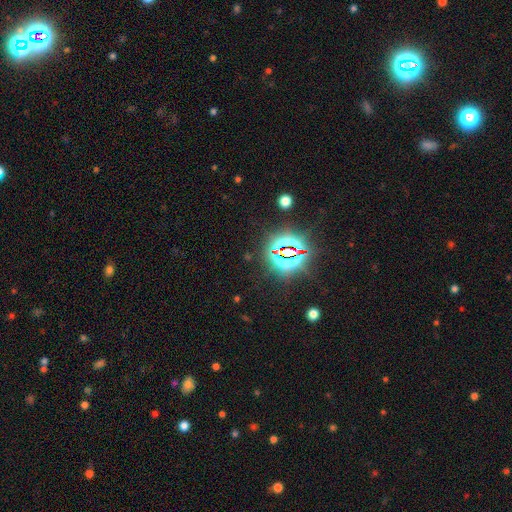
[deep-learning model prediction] smooth_or_featured: star or artifact (p=0.85) [alt: smooth p=0.09]